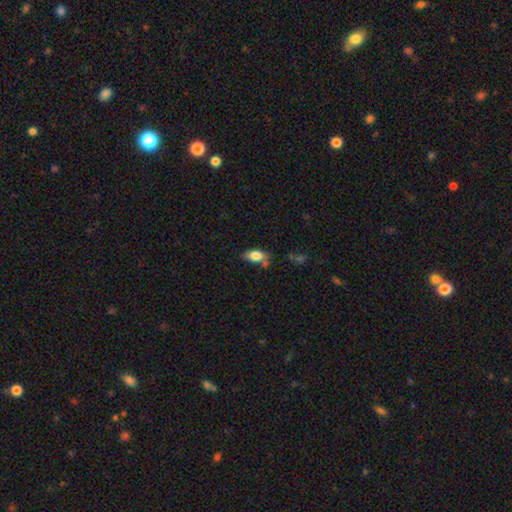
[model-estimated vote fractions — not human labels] The model was most divided on "merging": none: 59%, minor disturbance: 24%, merger: 11%, major disturbance: 6%. More confident: how rounded — in between (85%); smooth or featured — smooth (72%).